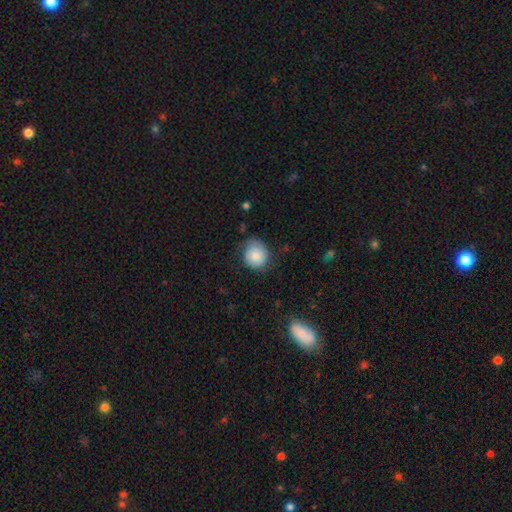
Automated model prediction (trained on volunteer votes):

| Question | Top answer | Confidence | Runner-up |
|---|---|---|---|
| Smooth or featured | smooth | 79% | featured or disk (14%) |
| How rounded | round | 81% | in between (18%) |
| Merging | none | 66% | minor disturbance (25%) |